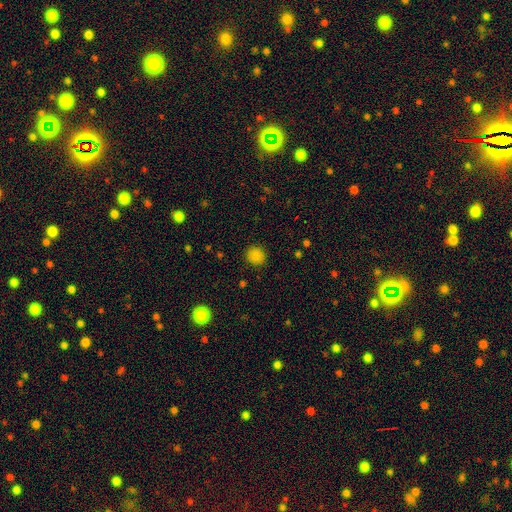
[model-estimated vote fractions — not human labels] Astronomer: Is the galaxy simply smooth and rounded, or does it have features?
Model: smooth — 85%.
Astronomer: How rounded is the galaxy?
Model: round — 88%.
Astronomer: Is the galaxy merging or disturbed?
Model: none — 90%.